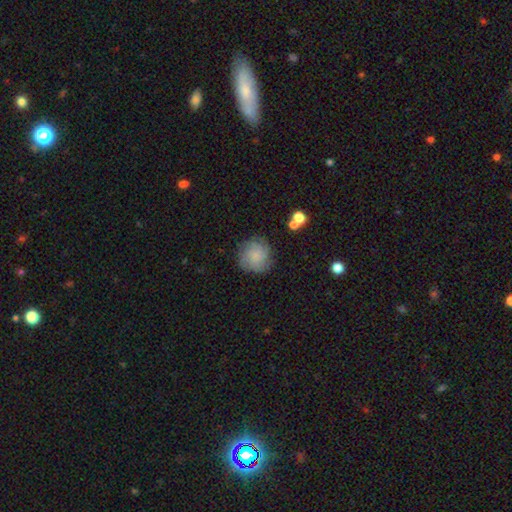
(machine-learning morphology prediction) smooth_or_featured: smooth (p=0.51) [alt: featured or disk p=0.38]
how_rounded: round (p=0.90) [alt: in between p=0.08]
merging: none (p=0.78) [alt: minor disturbance p=0.14]